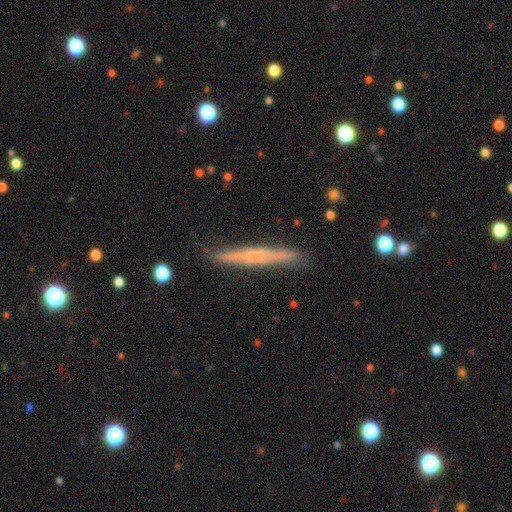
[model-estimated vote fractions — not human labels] smooth-or-featured: smooth: 47% | featured or disk: 46% | star or artifact: 7%
  merging: none: 87% | minor disturbance: 10% | major disturbance: 2% | merger: 2%